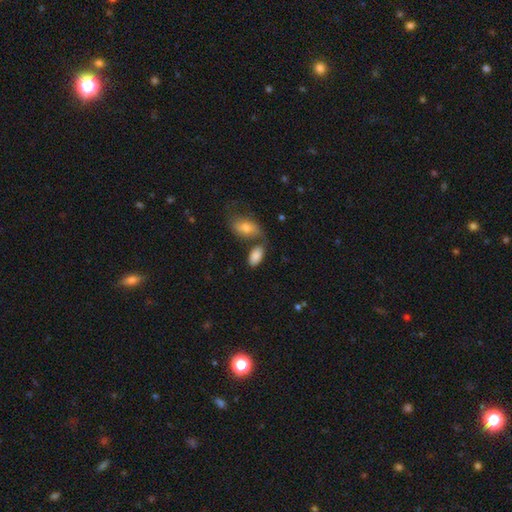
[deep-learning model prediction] Q: Smooth or featured?
A: smooth (85%); runner-up: featured or disk (8%)
Q: How rounded?
A: in between (94%); runner-up: round (4%)
Q: Merging?
A: none (54%); runner-up: merger (23%)